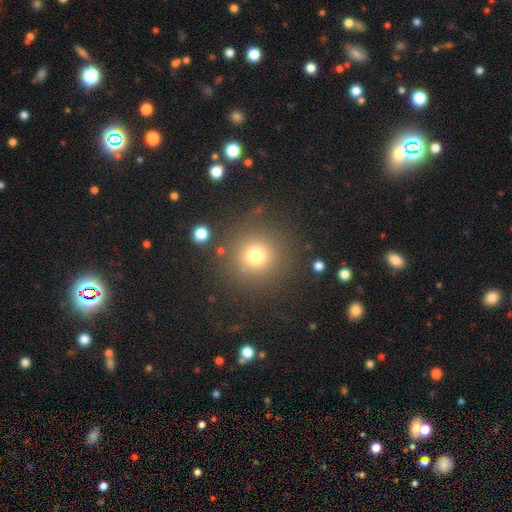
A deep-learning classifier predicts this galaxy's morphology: A smooth galaxy with no disk features (73%) that is round (95%).

Vote fractions:
- Smooth or featured? smooth: 73% / star or artifact: 17% / featured or disk: 10%
- How rounded? round: 95% / in between: 4% / cigar-shaped: 1%
- Merging? none: 84% / minor disturbance: 8% / major disturbance: 5% / merger: 3%